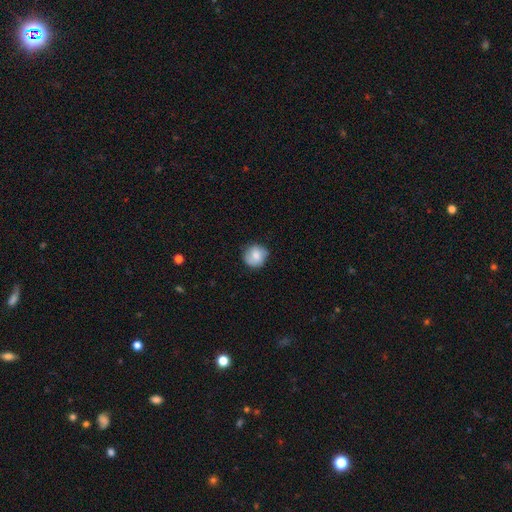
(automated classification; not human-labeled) A smooth galaxy with no disk features (72%) that is round (88%).

Vote fractions:
- Smooth or featured? smooth: 72% / featured or disk: 20% / star or artifact: 8%
- How rounded? round: 88% / in between: 11% / cigar-shaped: 1%
- Merging? none: 75% / minor disturbance: 19% / major disturbance: 5% / merger: 1%